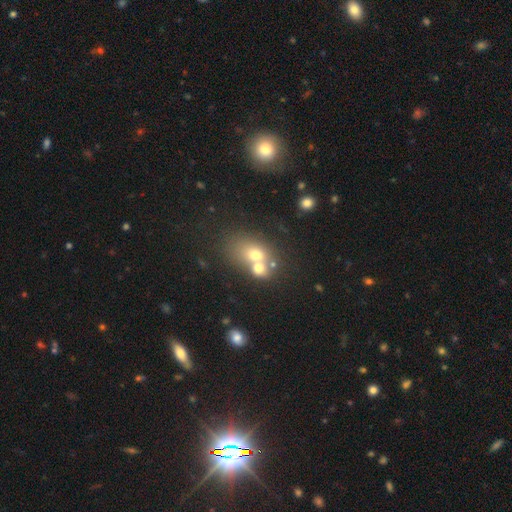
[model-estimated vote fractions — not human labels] Smooth or featured? smooth (62%)
How rounded? in between (53%)
Merging? merger (57%)